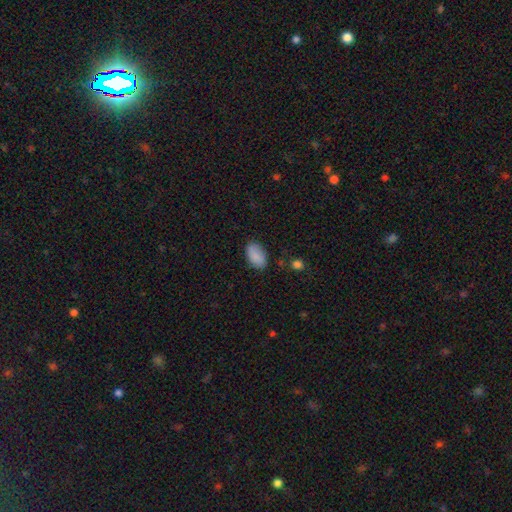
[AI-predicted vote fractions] A smooth galaxy with no disk features (88%) that is in between round and cigar-shaped (94%). Merging: none (82%).